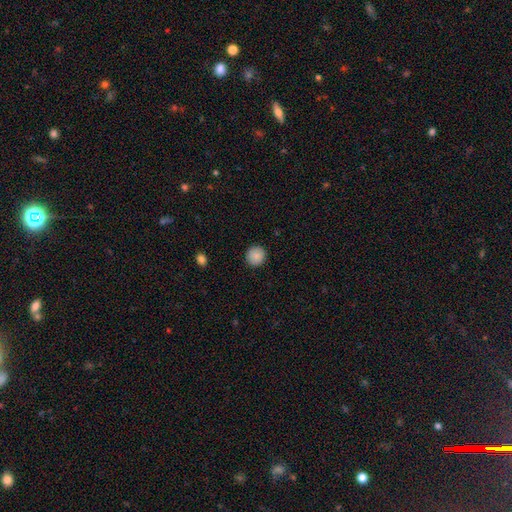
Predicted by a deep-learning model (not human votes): A smooth galaxy with no disk features (88%) that is round (93%). Merging: none (92%).